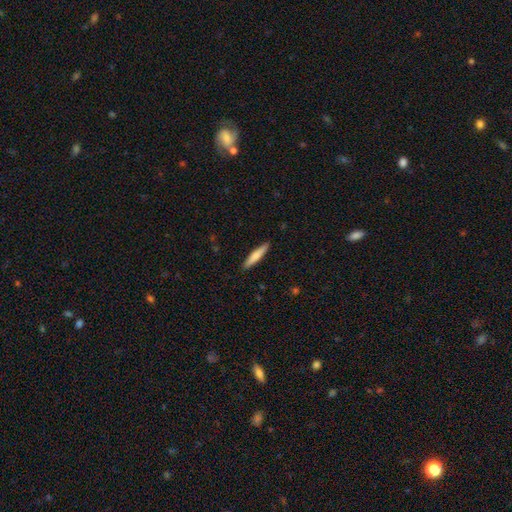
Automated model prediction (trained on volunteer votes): Overall: smooth (69%). How rounded: cigar-shaped (91%). Merging: none (91%).